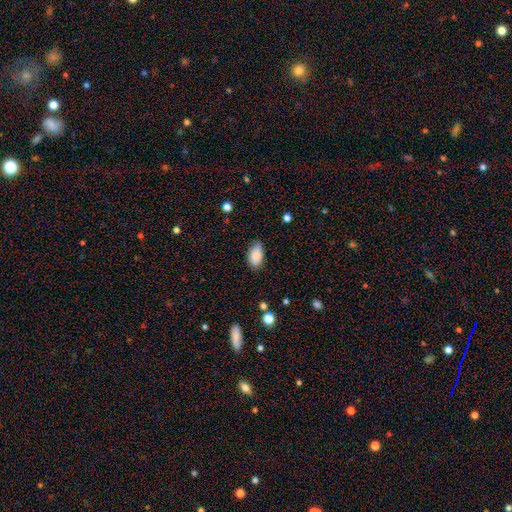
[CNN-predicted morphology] This is clearly a smooth galaxy (87%). How rounded: clearly in between (94%). Merging: likely none (74%).